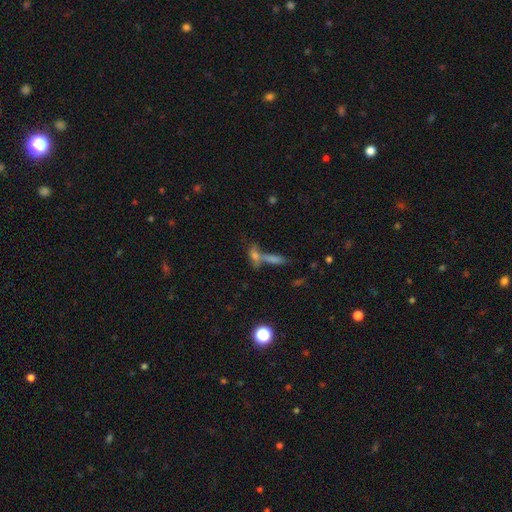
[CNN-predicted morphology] This is possibly a smooth galaxy (51%). How rounded: marginally in between (44%). Merging: possibly merger (47%).